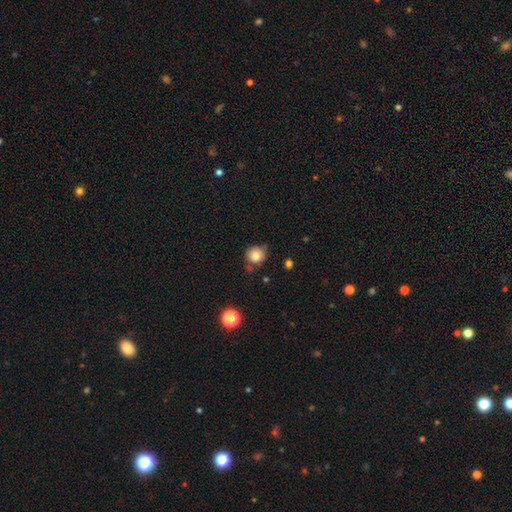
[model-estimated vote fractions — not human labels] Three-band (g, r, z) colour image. It shows a smooth galaxy with no disk features (82%) that is round (85%). Merging: none (69%).